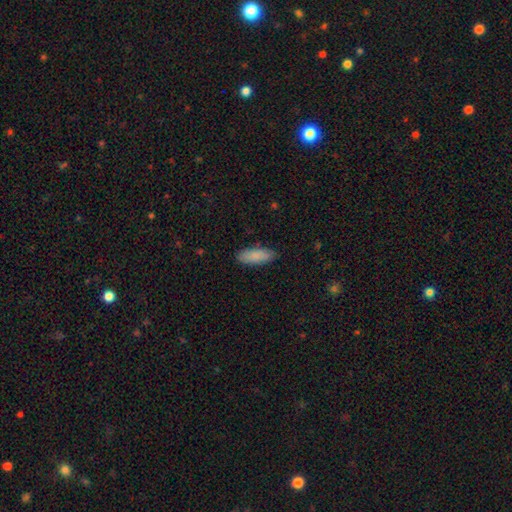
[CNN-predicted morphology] This is clearly a smooth galaxy (88%). How rounded: likely in between (71%). Merging: clearly none (86%).